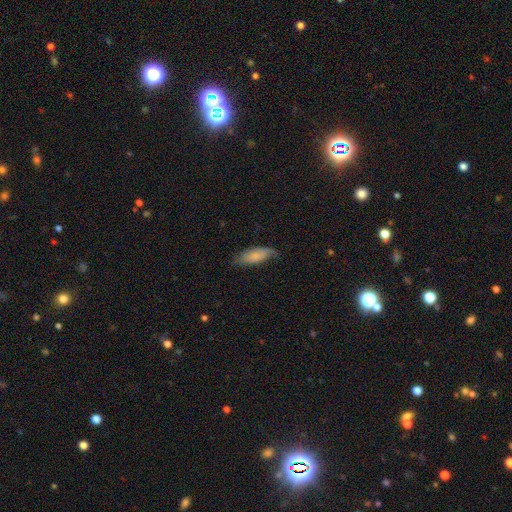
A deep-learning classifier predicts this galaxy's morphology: Smooth or featured: smooth — 75% (featured or disk — 19%)
How rounded: in between — 69% (cigar-shaped — 29%)
Merging: none — 65% (minor disturbance — 27%)